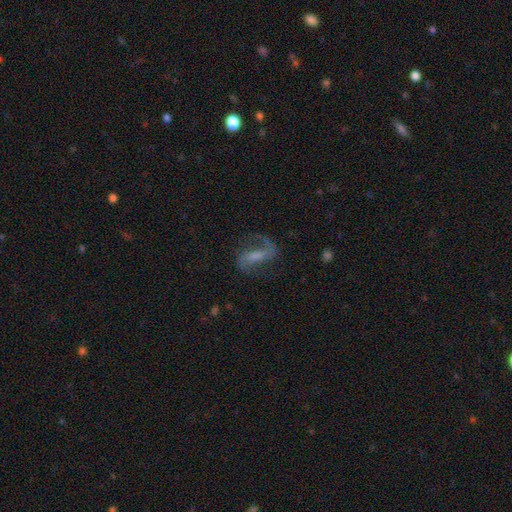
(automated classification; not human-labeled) Morphology: type=featured or disk (80%); edge-on=no (95%); bar=strong (44%); spiral arms=yes (95%); winding=loose (47%); arm count=2 (88%); bulge=none (30%); merging=none (68%).